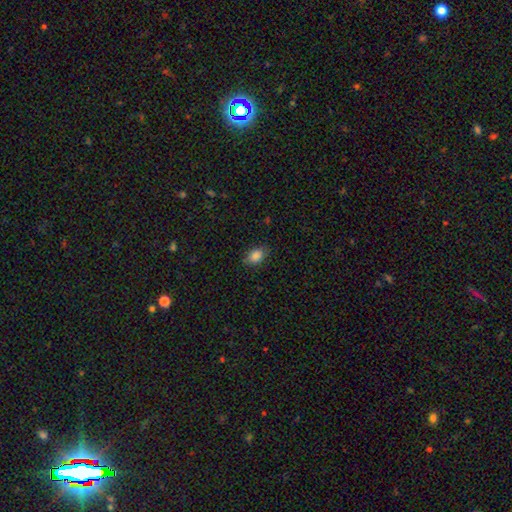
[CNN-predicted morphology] This is clearly a smooth galaxy (86%). How rounded: likely in between (80%). Merging: clearly none (81%).